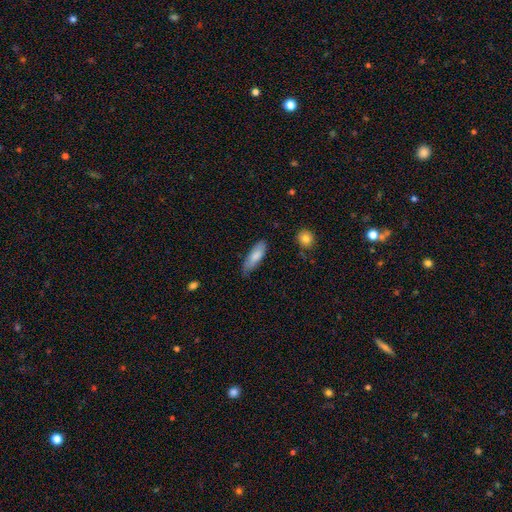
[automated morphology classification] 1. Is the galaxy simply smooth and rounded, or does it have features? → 78% smooth, 16% featured or disk, 6% star or artifact.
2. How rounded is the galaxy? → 62% in between, 37% cigar-shaped, 2% round.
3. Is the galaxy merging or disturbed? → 64% none, 29% minor disturbance, 5% major disturbance, 2% merger.